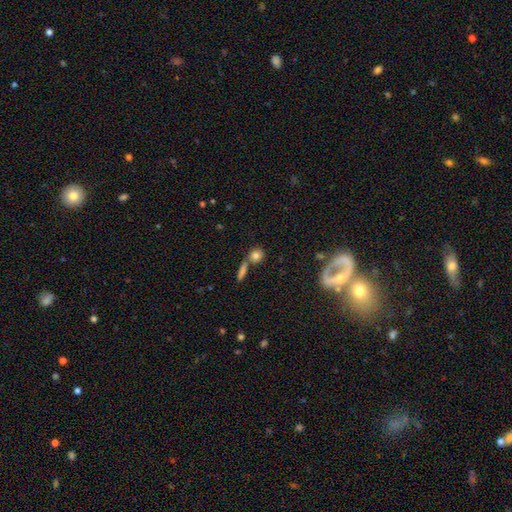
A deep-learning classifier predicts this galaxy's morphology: type=smooth (79%); roundness=round (79%); merging=none (63%).